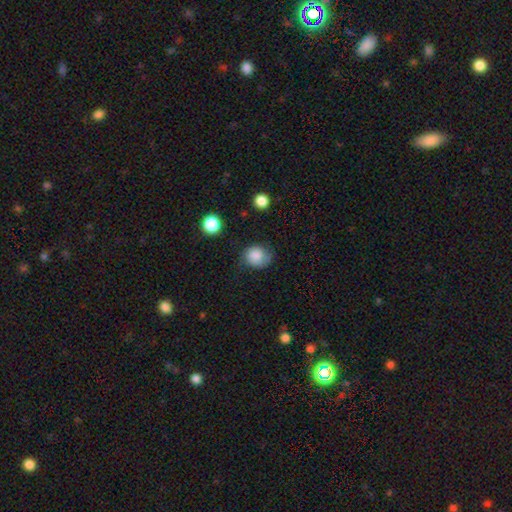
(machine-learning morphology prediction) Smooth or featured?
  - smooth: 77% *
  - featured or disk: 14%
  - star or artifact: 9%
How rounded?
  - round: 73% *
  - in between: 26%
  - cigar-shaped: 1%
Merging?
  - none: 57% *
  - minor disturbance: 29%
  - major disturbance: 12%
  - merger: 2%